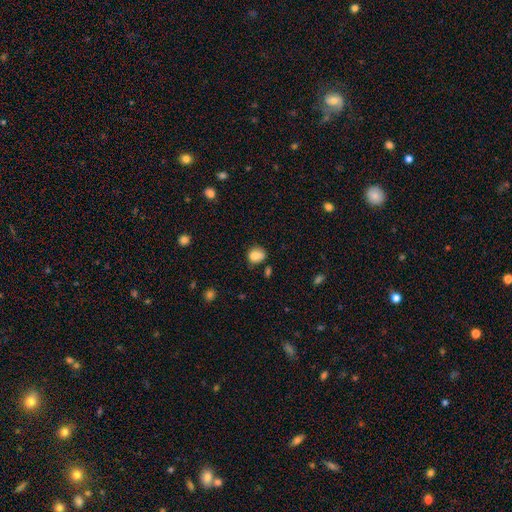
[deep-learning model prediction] smooth_or_featured: smooth (p=0.85) [alt: star or artifact p=0.10]
how_rounded: in between (p=0.51) [alt: round p=0.48]
merging: none (p=0.64) [alt: minor disturbance p=0.24]